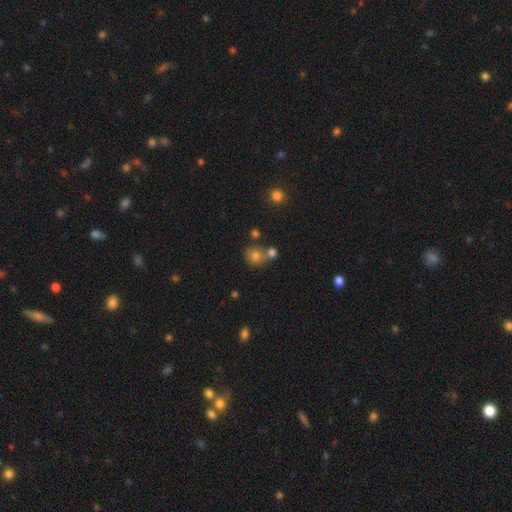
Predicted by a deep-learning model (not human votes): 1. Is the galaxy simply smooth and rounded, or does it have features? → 76% smooth, 13% star or artifact, 11% featured or disk.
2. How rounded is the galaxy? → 84% round, 15% in between, 1% cigar-shaped.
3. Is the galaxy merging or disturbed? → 52% none, 34% merger, 10% minor disturbance, 4% major disturbance.